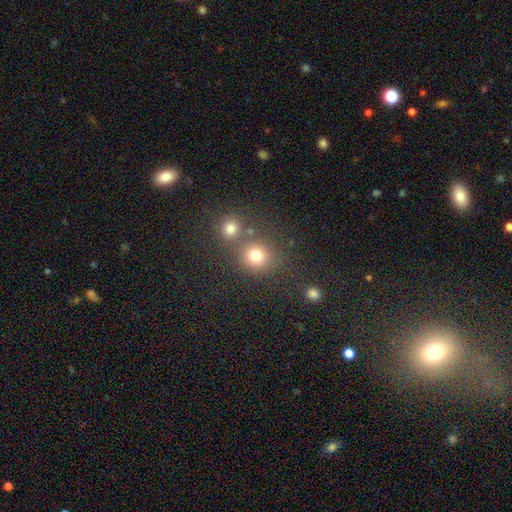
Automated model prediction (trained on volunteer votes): Smooth or featured? Predicted: smooth (p=0.78). How rounded? Predicted: round (p=0.87). Merging? Predicted: none (p=0.66).